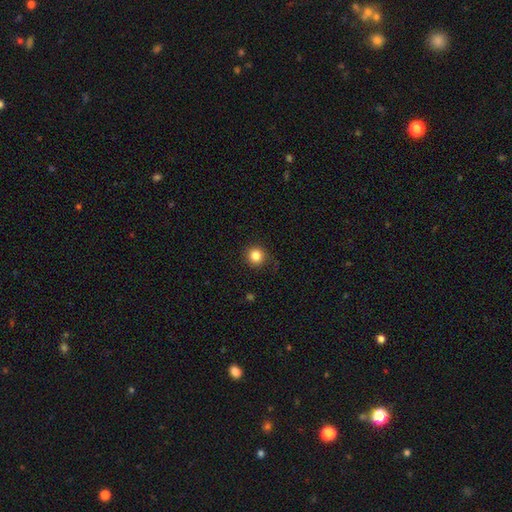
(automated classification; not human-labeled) A smooth galaxy with no disk features (83%) that is round (94%).

Vote fractions:
- Smooth or featured? smooth: 83% / star or artifact: 11% / featured or disk: 5%
- How rounded? round: 94% / in between: 5% / cigar-shaped: 1%
- Merging? none: 85% / minor disturbance: 10% / major disturbance: 3% / merger: 1%